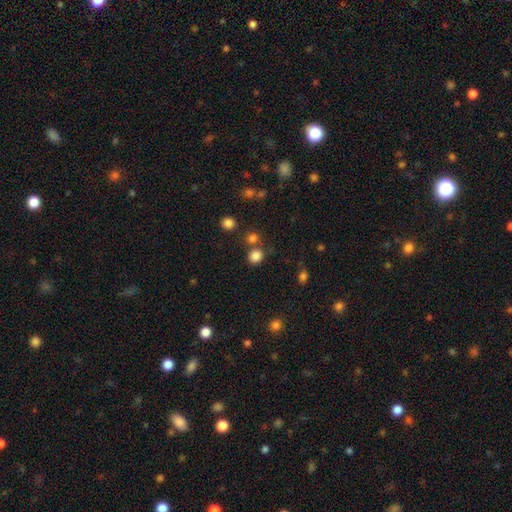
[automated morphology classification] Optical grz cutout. It shows a smooth galaxy with no disk features (83%) that is round (78%). Merging: none (71%).